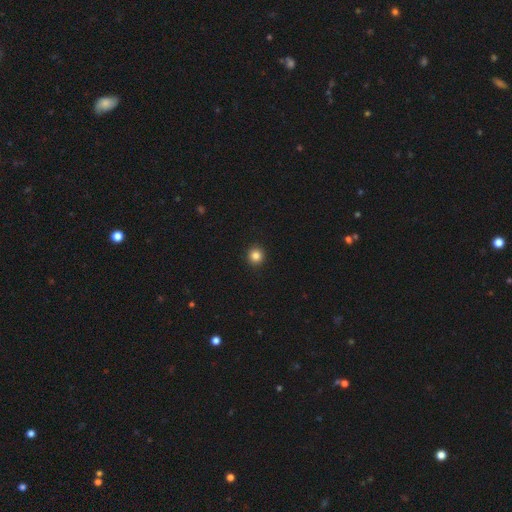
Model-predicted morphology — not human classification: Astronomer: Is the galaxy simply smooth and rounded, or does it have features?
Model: smooth — 85%.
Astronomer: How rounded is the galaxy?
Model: round — 95%.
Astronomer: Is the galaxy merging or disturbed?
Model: none — 94%.